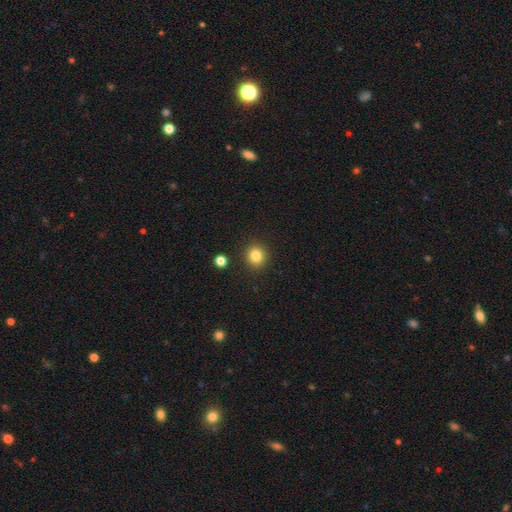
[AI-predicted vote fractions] Smooth or featured? smooth (84%)
How rounded? round (88%)
Merging? none (90%)